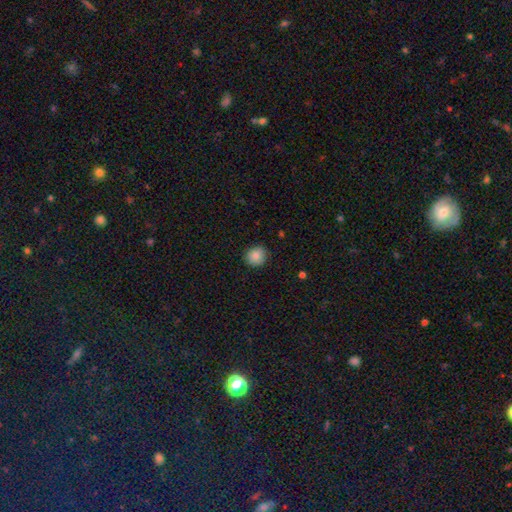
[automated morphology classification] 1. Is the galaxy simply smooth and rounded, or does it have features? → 86% smooth, 9% star or artifact, 5% featured or disk.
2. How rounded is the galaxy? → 88% round, 11% in between, 1% cigar-shaped.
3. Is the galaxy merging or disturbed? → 88% none, 9% minor disturbance, 2% major disturbance, 1% merger.